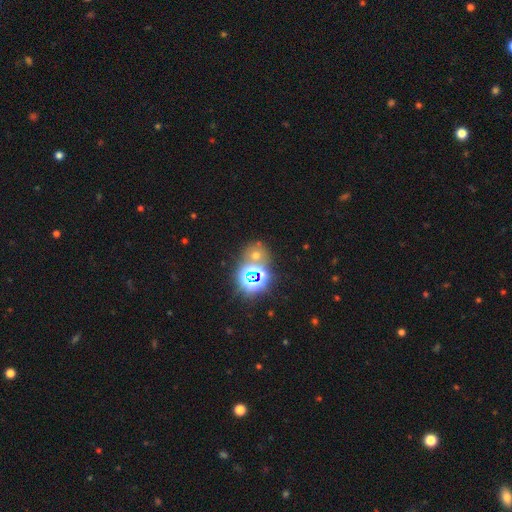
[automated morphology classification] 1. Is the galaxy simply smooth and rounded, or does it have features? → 51% star or artifact, 39% smooth, 11% featured or disk.